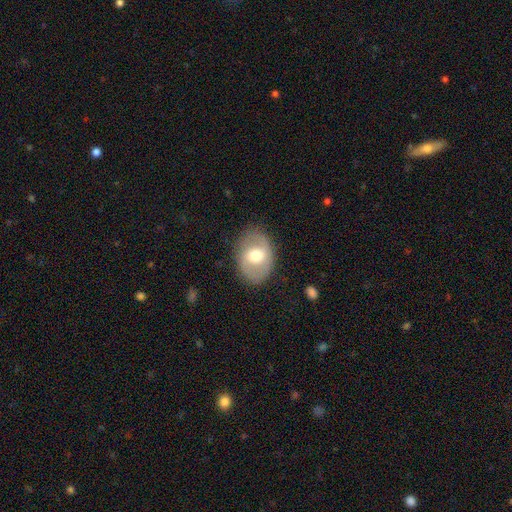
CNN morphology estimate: Overall: smooth (49%; featured or disk 45%). Merging: none (81%).